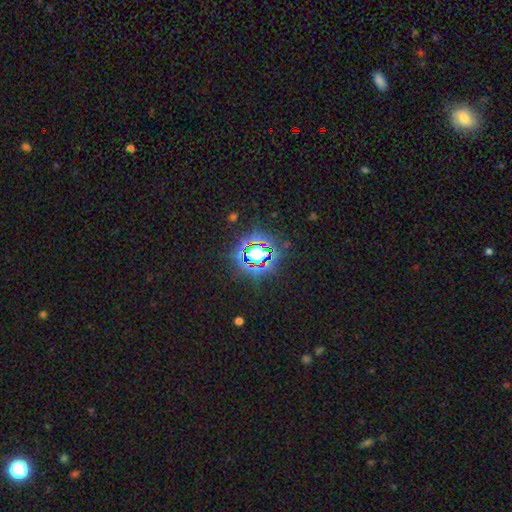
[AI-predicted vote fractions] This appears to be a star or artifact, not a galaxy (80%).